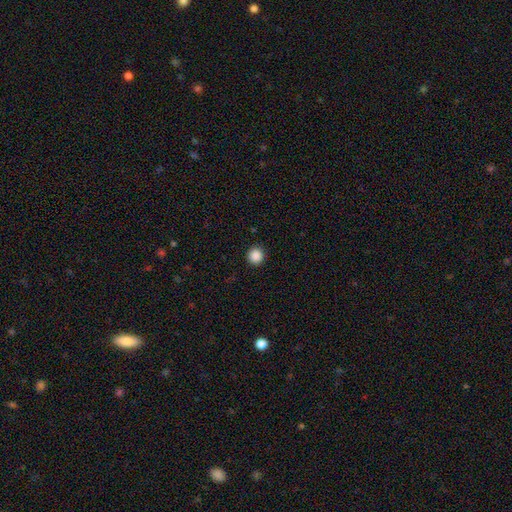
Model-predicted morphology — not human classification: Smooth or featured: smooth — 88% (star or artifact — 10%)
How rounded: round — 95% (in between — 4%)
Merging: none — 92% (minor disturbance — 5%)